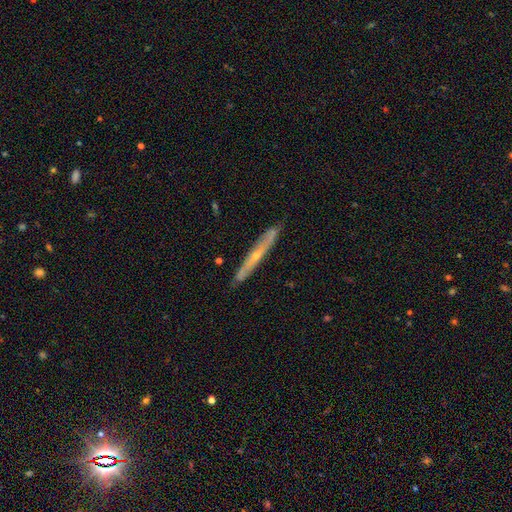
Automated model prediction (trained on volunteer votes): Morphology: type=featured or disk (65%); edge-on=yes (92%); edge-on bulge=rounded (63%); merging=none (85%).